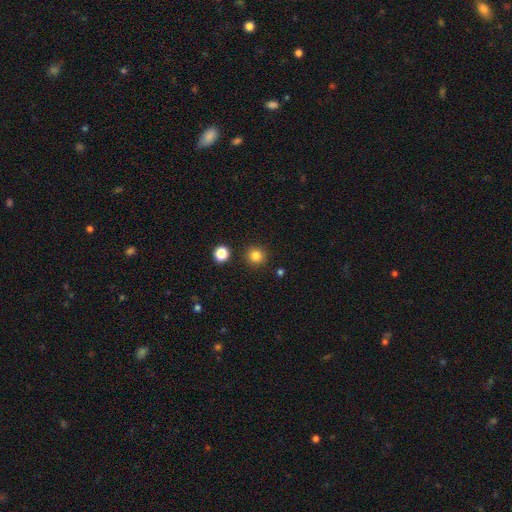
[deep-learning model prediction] Morphology: type=smooth (83%); roundness=round (94%); merging=none (90%).